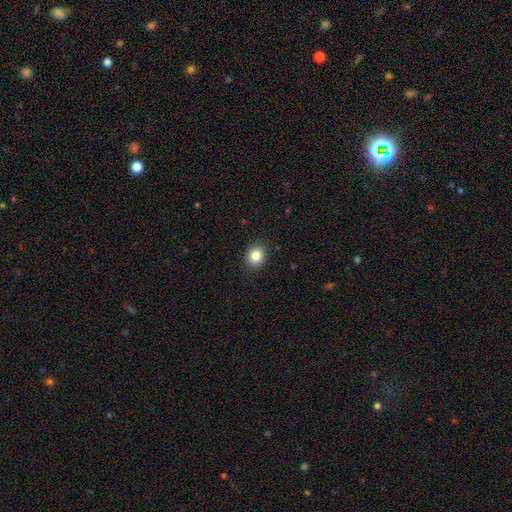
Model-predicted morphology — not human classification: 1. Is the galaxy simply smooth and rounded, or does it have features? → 84% smooth, 11% star or artifact, 6% featured or disk.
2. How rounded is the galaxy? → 69% round, 31% in between, 1% cigar-shaped.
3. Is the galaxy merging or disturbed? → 90% none, 7% minor disturbance, 2% major disturbance, 1% merger.